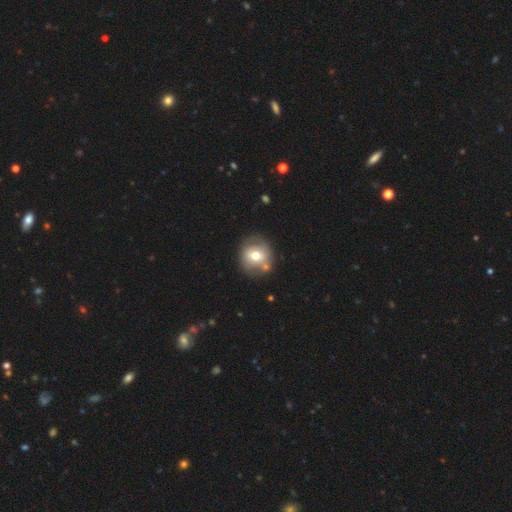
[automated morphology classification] Q: Smooth or featured?
A: smooth (63%); runner-up: featured or disk (28%)
Q: How rounded?
A: round (87%); runner-up: in between (12%)
Q: Merging?
A: none (72%); runner-up: minor disturbance (13%)